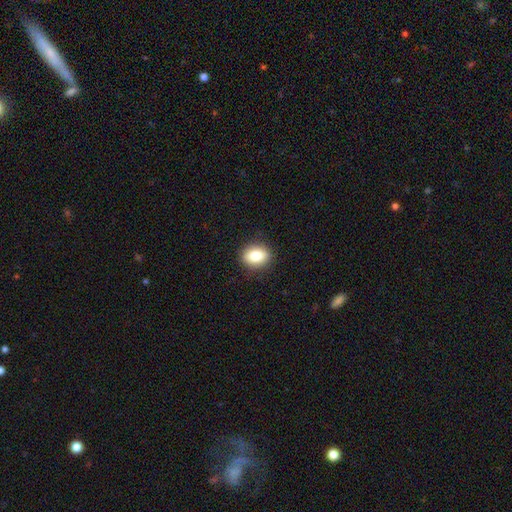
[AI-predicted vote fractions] Smooth or featured?
  - smooth: 83% *
  - star or artifact: 9%
  - featured or disk: 9%
How rounded?
  - in between: 61% *
  - round: 38%
  - cigar-shaped: 1%
Merging?
  - none: 89% *
  - minor disturbance: 8%
  - major disturbance: 2%
  - merger: 1%